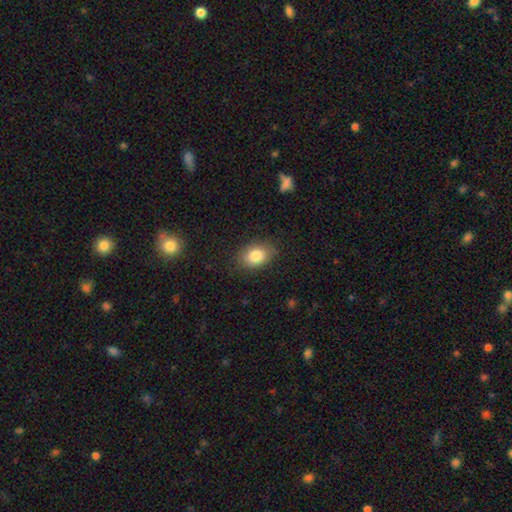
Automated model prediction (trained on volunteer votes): Morphology: type=smooth (84%); roundness=in between (77%); merging=none (82%).